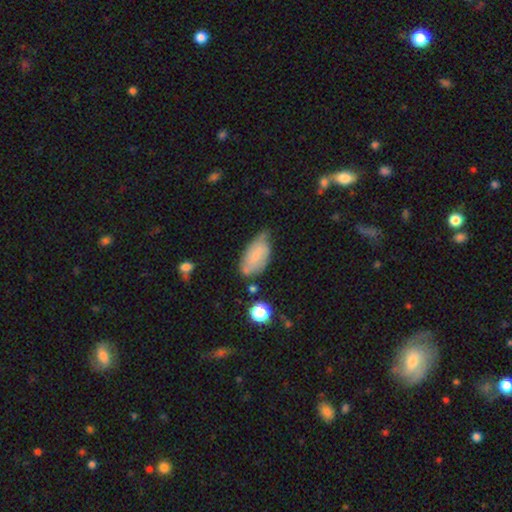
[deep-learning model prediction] A smooth galaxy with no disk features (55%) that is in between round and cigar-shaped (91%). Merging: none (48%).